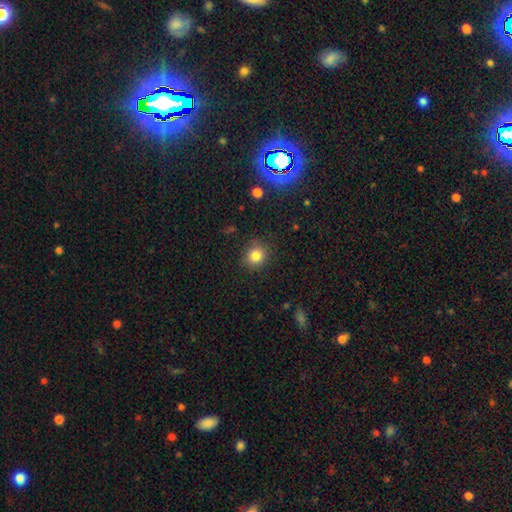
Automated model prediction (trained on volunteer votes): smooth-or-featured: smooth: 83% | star or artifact: 12% | featured or disk: 6%
  how-rounded: round: 82% | in between: 17% | cigar-shaped: 1%
  merging: none: 84% | minor disturbance: 11% | major disturbance: 3% | merger: 2%